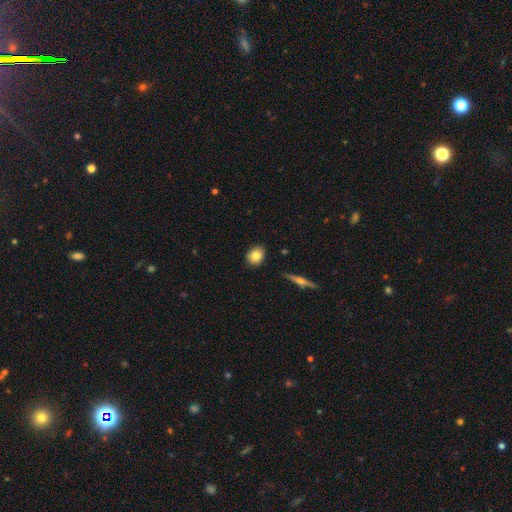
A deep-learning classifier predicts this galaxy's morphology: This is clearly a smooth galaxy (81%). How rounded: likely round (63%). Merging: clearly none (88%).